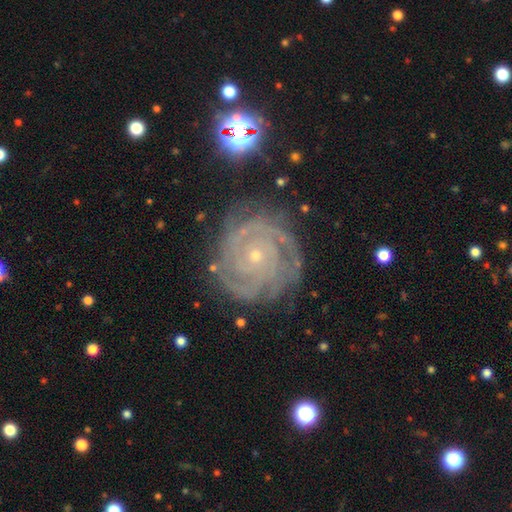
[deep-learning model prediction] This appears to be a featured or disk galaxy (88%) with no bar (81%), 3 (27%) tight (83%) spiral arms (98%) and a small central bulge (84%). Merging: none (80%).